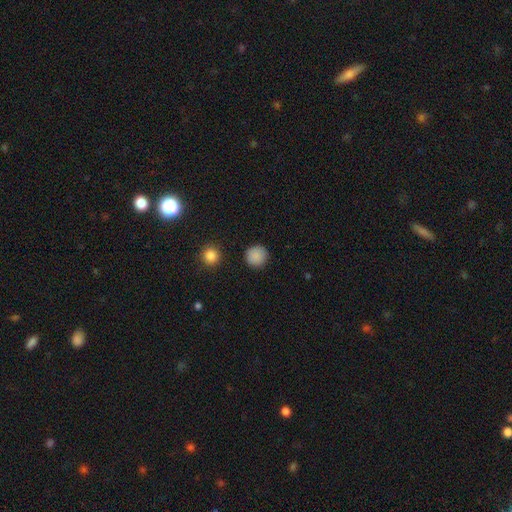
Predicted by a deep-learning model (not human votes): This is clearly a smooth galaxy (88%). How rounded: clearly round (95%). Merging: clearly none (90%).